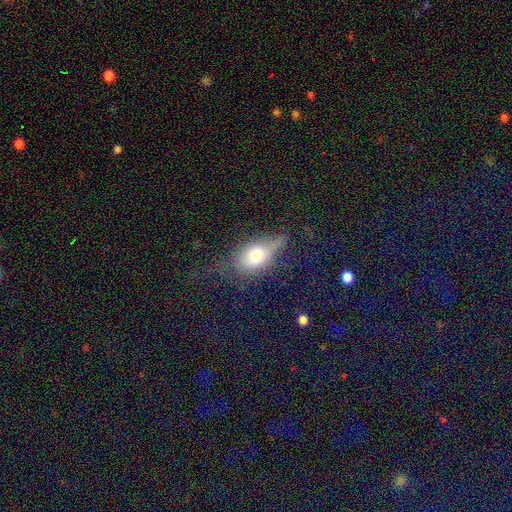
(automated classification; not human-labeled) A smooth galaxy with no disk features (62%) that is in between round and cigar-shaped (77%). Merging: none (38%).